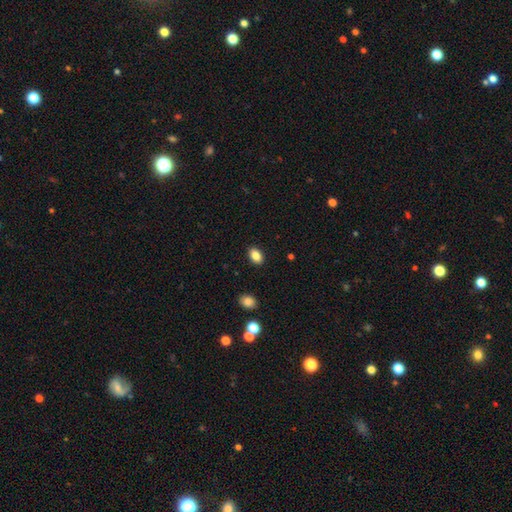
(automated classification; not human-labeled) This is clearly a smooth galaxy (85%). How rounded: clearly in between (85%). Merging: clearly none (89%).